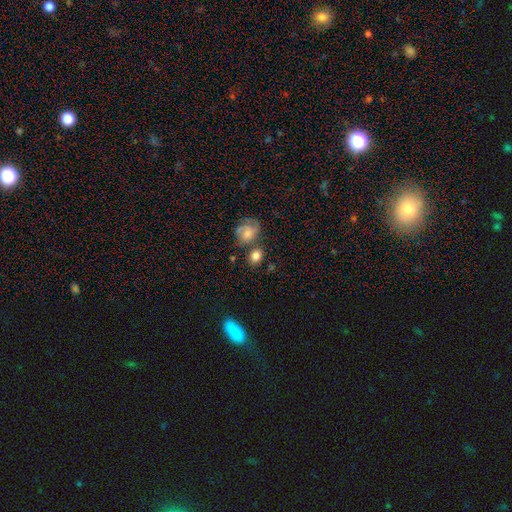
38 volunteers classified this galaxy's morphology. smooth 74%, featured or disk 24%, star or artifact 3%. Down the decision tree: how rounded — round (64%); merging — none (59%).